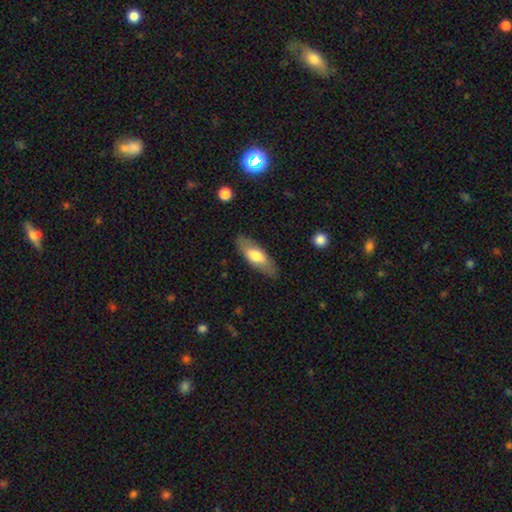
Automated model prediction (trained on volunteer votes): smooth_or_featured: smooth (p=0.64) [alt: featured or disk p=0.31]
how_rounded: in between (p=0.67) [alt: cigar-shaped p=0.31]
merging: none (p=0.82) [alt: minor disturbance p=0.13]